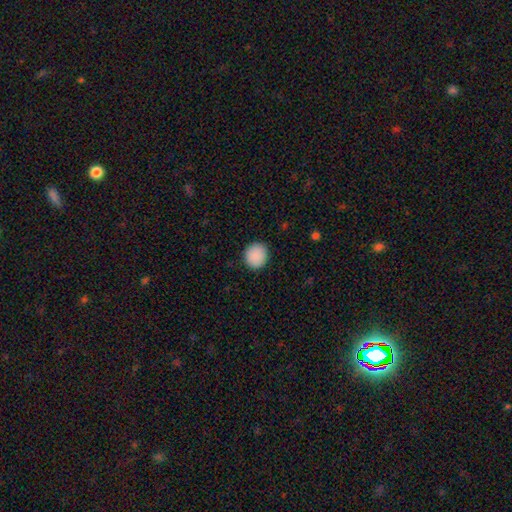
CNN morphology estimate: Smooth or featured? Predicted: smooth (p=0.90). How rounded? Predicted: round (p=0.84). Merging? Predicted: none (p=0.90).